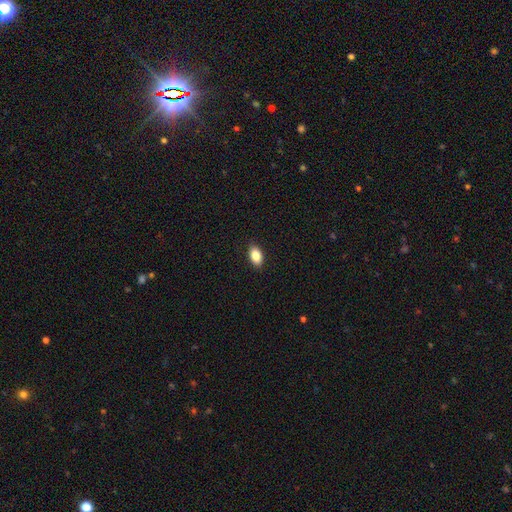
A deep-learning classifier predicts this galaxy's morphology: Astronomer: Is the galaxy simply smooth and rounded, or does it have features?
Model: smooth — 86%.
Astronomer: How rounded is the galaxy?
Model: in between — 90%.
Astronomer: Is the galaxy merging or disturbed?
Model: none — 90%.